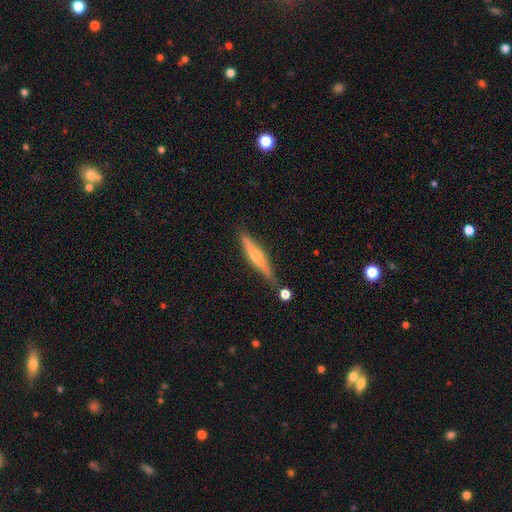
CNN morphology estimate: A featured or disk galaxy (52%) viewed edge-on (95%). Merging: none (74%).